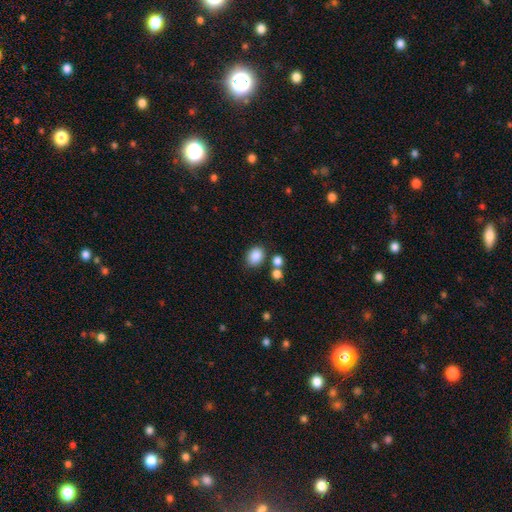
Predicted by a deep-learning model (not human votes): Overall: smooth (86%). How rounded: in between (62%; round 37%). Merging: none (72%).